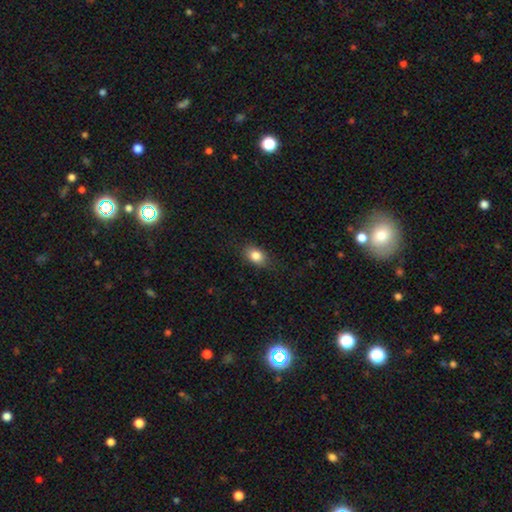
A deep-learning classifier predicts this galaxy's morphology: This appears to be a smooth galaxy with no disk features (84%) that is in between round and cigar-shaped (74%). Merging: none (82%).